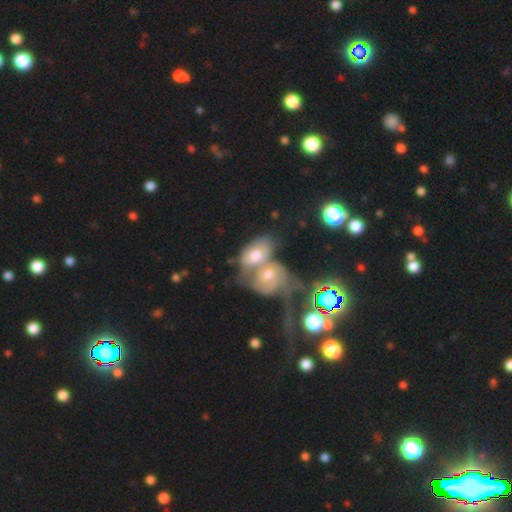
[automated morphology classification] smooth-or-featured: featured or disk: 49% | smooth: 41% | star or artifact: 10%
  merging: merger: 74% | none: 12% | major disturbance: 8% | minor disturbance: 7%